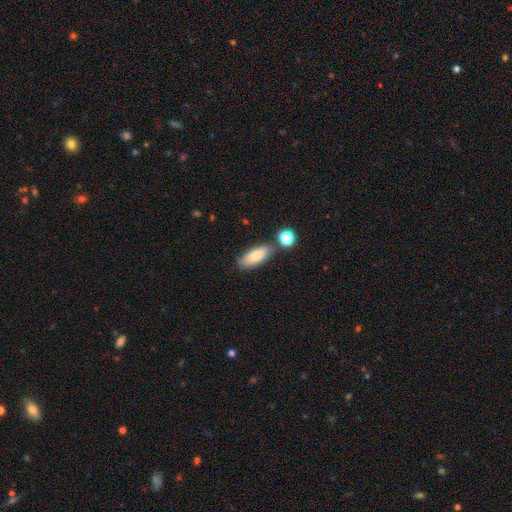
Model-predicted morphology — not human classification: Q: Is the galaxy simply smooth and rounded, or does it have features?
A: smooth — 80%.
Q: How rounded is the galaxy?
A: in between — 75%.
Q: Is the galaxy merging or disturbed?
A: none — 72%.